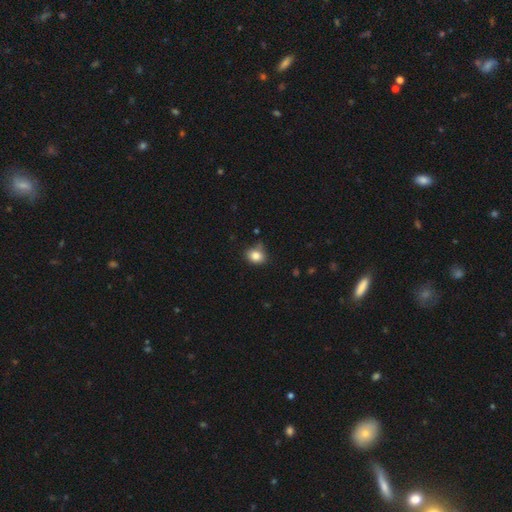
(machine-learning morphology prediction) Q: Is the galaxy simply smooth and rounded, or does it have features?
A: smooth — 84%.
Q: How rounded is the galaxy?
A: round — 60%.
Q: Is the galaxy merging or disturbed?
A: none — 73%.